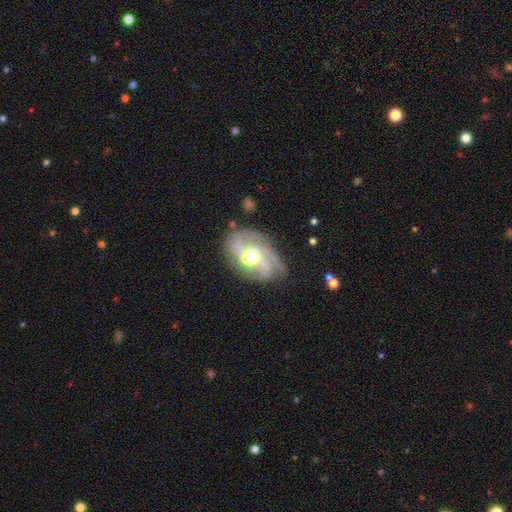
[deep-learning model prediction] Overall: featured or disk (86%). Edge-on disk: no (97%). Bar: no (49%; weak 36%). Spiral arms: yes (96%). Spiral arm count: 3 (42%; 2 24%). Spiral winding: medium (43%; tight 40%). Bulge size: moderate (69%). Merging: none (69%).